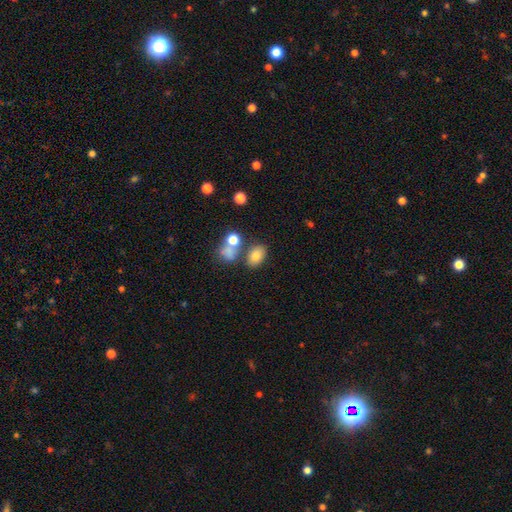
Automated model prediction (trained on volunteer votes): smooth-or-featured: smooth: 78% | star or artifact: 12% | featured or disk: 10%
  how-rounded: in between: 77% | round: 22% | cigar-shaped: 1%
  merging: none: 65% | merger: 17% | minor disturbance: 13% | major disturbance: 5%